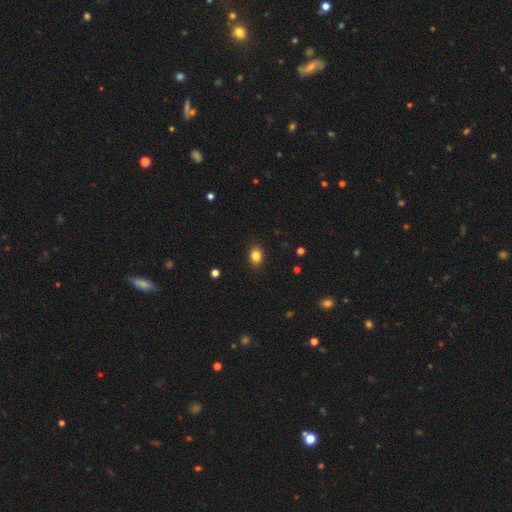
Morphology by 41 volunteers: Q: Smooth or featured?
A: smooth (95%); runner-up: star or artifact (5%)
Q: How rounded?
A: in between (67%); runner-up: round (31%)
Q: Merging?
A: none (87%); runner-up: minor disturbance (13%)